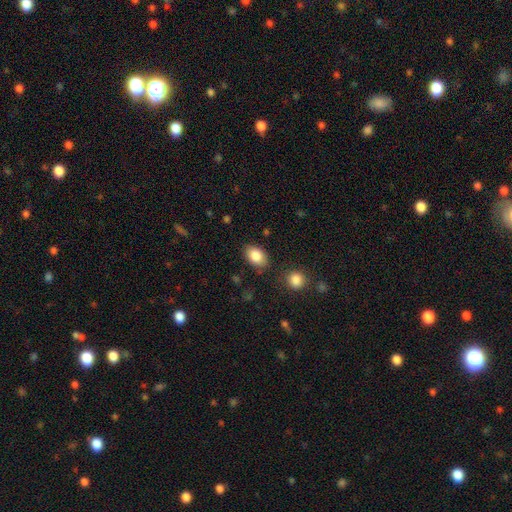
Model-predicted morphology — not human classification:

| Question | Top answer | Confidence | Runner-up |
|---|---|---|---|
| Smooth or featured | smooth | 85% | star or artifact (7%) |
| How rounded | in between | 86% | round (13%) |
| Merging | none | 82% | minor disturbance (12%) |